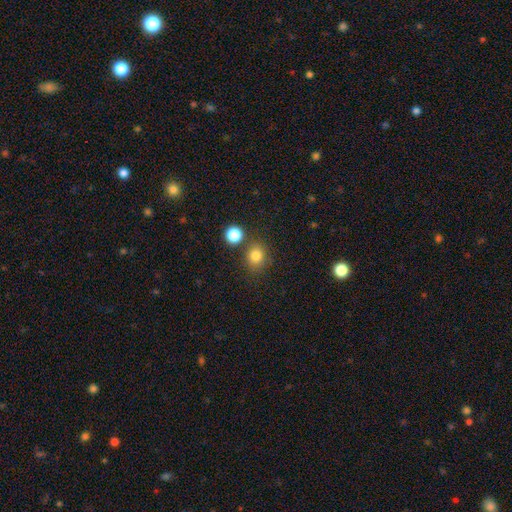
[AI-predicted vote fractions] Smooth or featured? smooth (81%)
How rounded? round (74%)
Merging? none (74%)